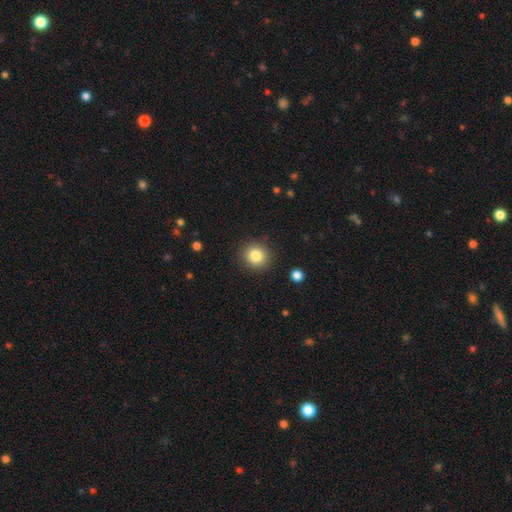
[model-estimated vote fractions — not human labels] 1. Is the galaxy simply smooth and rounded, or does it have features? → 83% smooth, 10% star or artifact, 6% featured or disk.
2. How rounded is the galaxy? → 90% round, 9% in between, 1% cigar-shaped.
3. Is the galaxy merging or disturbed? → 90% none, 7% minor disturbance, 2% major disturbance, 1% merger.